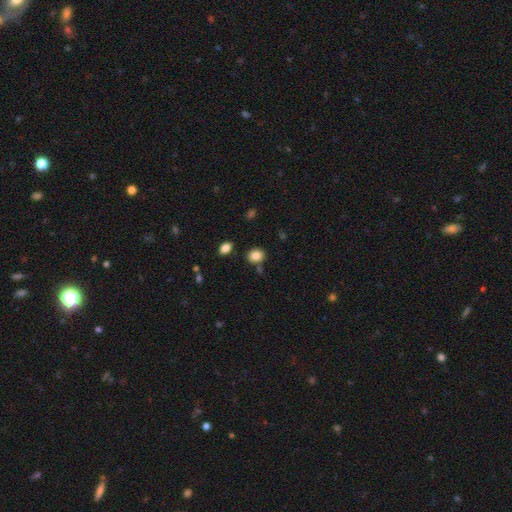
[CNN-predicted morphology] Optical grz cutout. It shows a smooth galaxy with no disk features (85%) that is round (58%). Merging: none (81%).